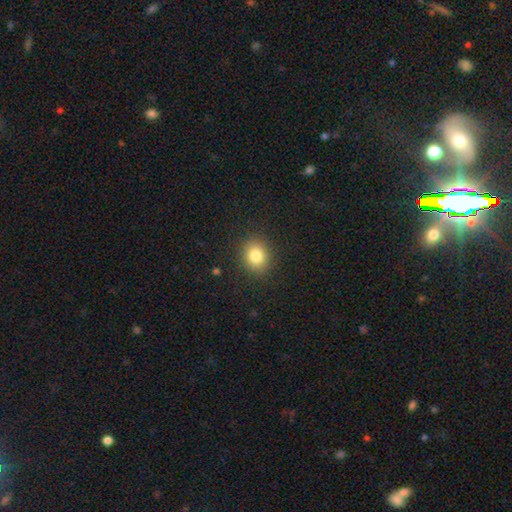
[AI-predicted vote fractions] This appears to be a smooth galaxy with no disk features (82%) that is round (68%). Merging: none (89%).